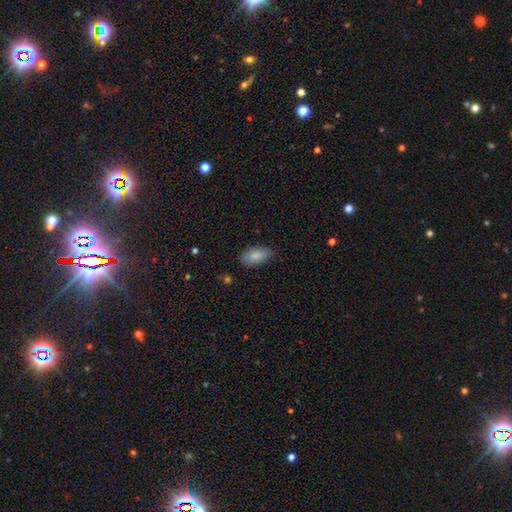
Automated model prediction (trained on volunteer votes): Overall: smooth (88%). How rounded: in between (92%). Merging: none (84%).